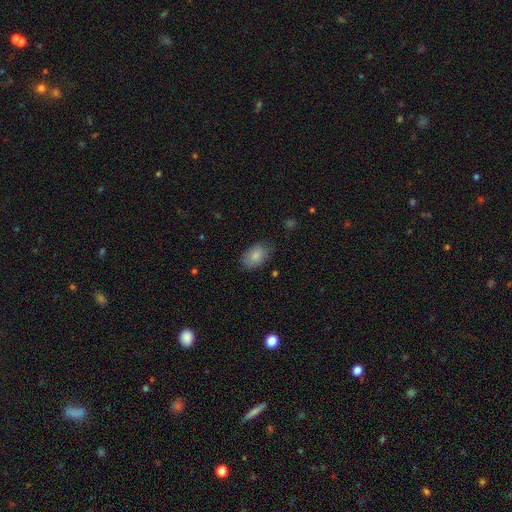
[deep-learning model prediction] smooth_or_featured: smooth (p=0.85) [alt: featured or disk p=0.08]
how_rounded: in between (p=0.89) [alt: round p=0.10]
merging: none (p=0.76) [alt: minor disturbance p=0.19]